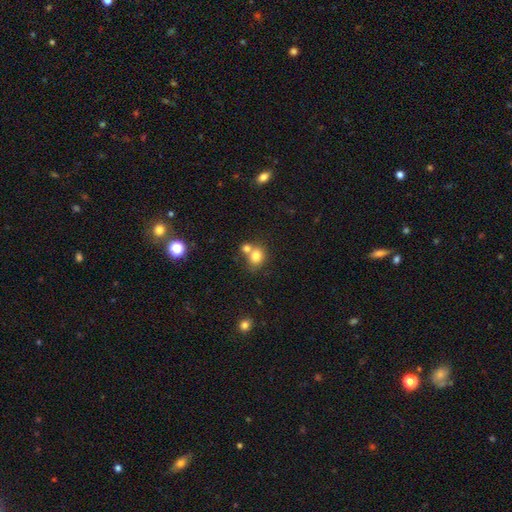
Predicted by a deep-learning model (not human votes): Smooth or featured? Predicted: smooth (p=0.79). How rounded? Predicted: round (p=0.67). Merging? Predicted: none (p=0.44, tied with merger).